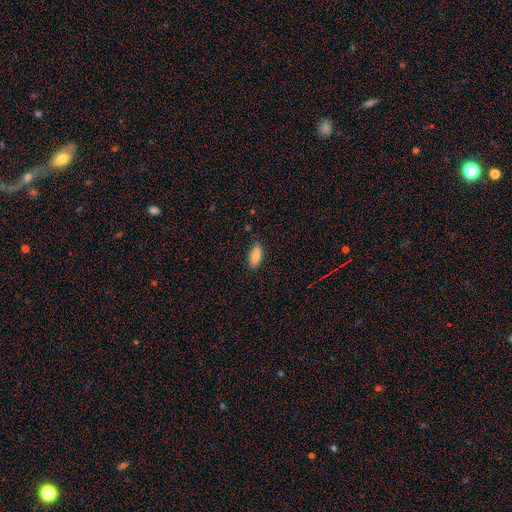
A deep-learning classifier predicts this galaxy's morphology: smooth_or_featured: smooth (p=0.87) [alt: star or artifact p=0.07]
how_rounded: in between (p=0.79) [alt: cigar-shaped p=0.19]
merging: none (p=0.83) [alt: minor disturbance p=0.14]